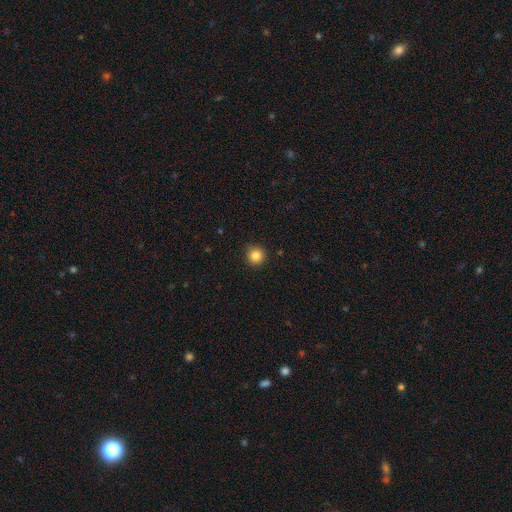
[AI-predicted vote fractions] Q: Smooth or featured?
A: smooth (85%); runner-up: star or artifact (11%)
Q: How rounded?
A: round (95%); runner-up: in between (4%)
Q: Merging?
A: none (92%); runner-up: minor disturbance (6%)